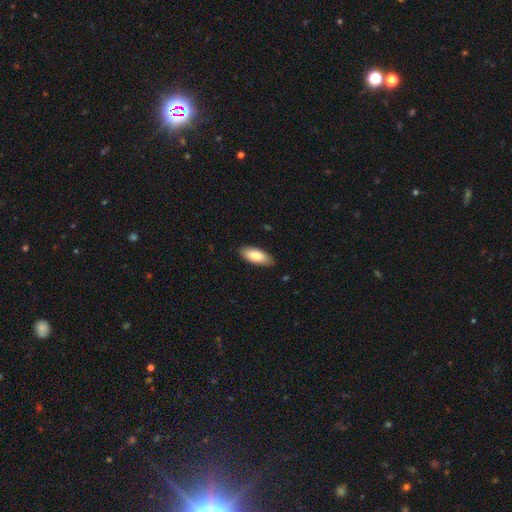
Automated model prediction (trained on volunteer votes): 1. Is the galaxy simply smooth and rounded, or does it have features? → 82% smooth, 12% featured or disk, 6% star or artifact.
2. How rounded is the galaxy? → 84% in between, 14% cigar-shaped, 2% round.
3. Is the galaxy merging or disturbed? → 86% none, 11% minor disturbance, 2% major disturbance, 1% merger.